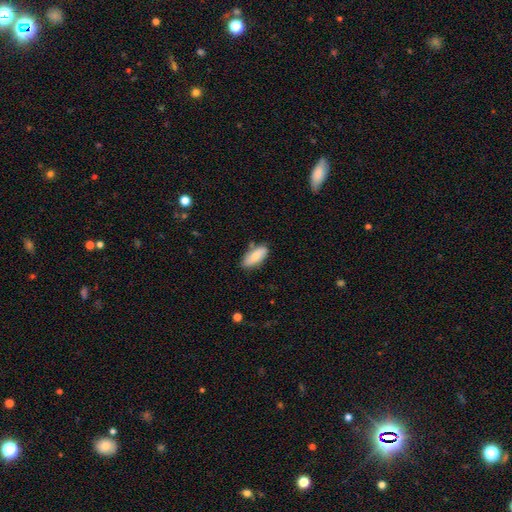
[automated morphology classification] smooth-or-featured: smooth: 76% | featured or disk: 18% | star or artifact: 6%
  how-rounded: in between: 86% | cigar-shaped: 12% | round: 2%
  merging: none: 77% | minor disturbance: 16% | merger: 4% | major disturbance: 3%